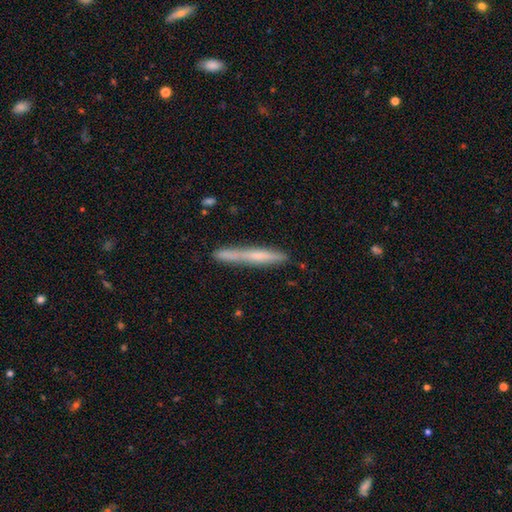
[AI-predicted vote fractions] Smooth or featured?
  - smooth: 52% *
  - featured or disk: 41%
  - star or artifact: 7%
How rounded?
  - cigar-shaped: 96% *
  - in between: 3%
  - round: 1%
Merging?
  - none: 78% *
  - minor disturbance: 15%
  - merger: 4%
  - major disturbance: 3%